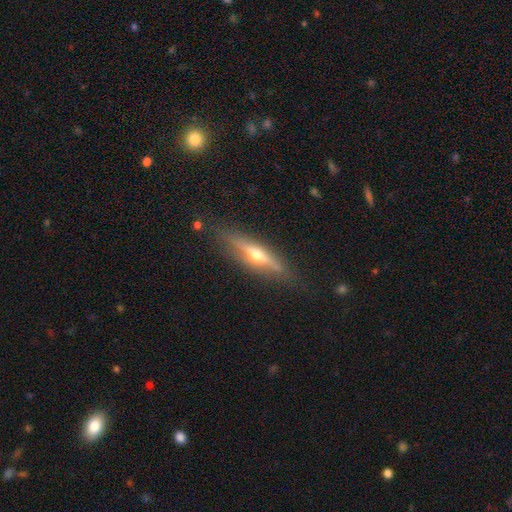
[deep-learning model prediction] smooth_or_featured: featured or disk (p=0.64) [alt: smooth p=0.29]
disk_edge_on: yes (p=0.94) [alt: no p=0.06]
edge_on_bulge: rounded (p=0.91) [alt: none p=0.05]
merging: none (p=0.85) [alt: minor disturbance p=0.11]